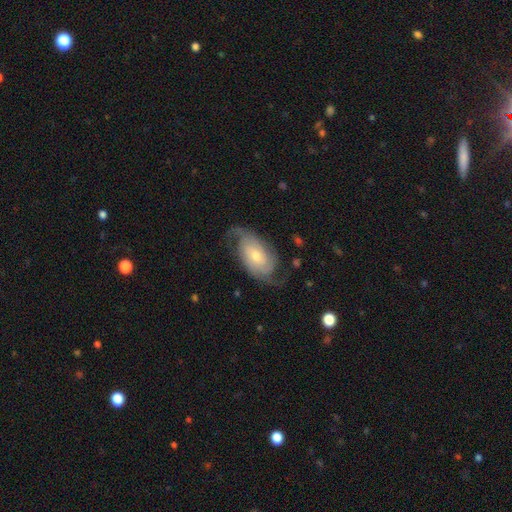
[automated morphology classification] smooth-or-featured: featured or disk: 81% | smooth: 14% | star or artifact: 6%
  disk-edge-on: no: 96% | yes: 4%
    bar: no: 65% | weak: 28% | strong: 7%
    has-spiral-arms: yes: 95% | no: 5%
      spiral-winding: medium: 40% | tight: 32% | loose: 28%
      spiral-arm-count: 2: 80% | can't tell: 9% | 3: 5% | 1: 2% | 4: 2% | more than 4: 2%
    bulge-size: moderate: 48% | small: 45% | large: 5% | none: 2% | dominant: 1%
  merging: none: 69% | minor disturbance: 18% | major disturbance: 11% | merger: 1%